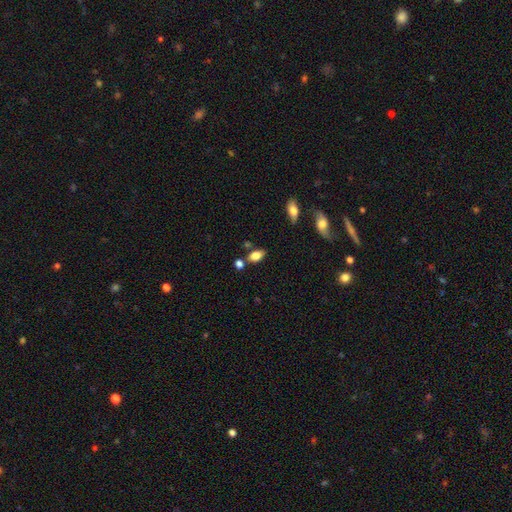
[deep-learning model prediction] Q: Smooth or featured?
A: smooth (81%); runner-up: featured or disk (11%)
Q: How rounded?
A: in between (88%); runner-up: round (9%)
Q: Merging?
A: none (70%); runner-up: minor disturbance (14%)